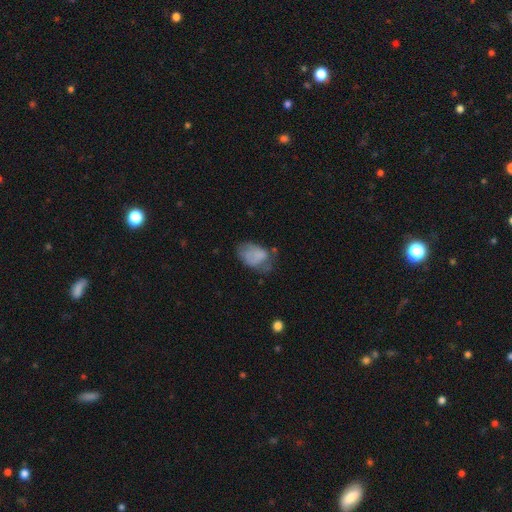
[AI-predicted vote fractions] This appears to be a smooth galaxy with no disk features (67%) that is in between round and cigar-shaped (83%). Merging: none (35%).